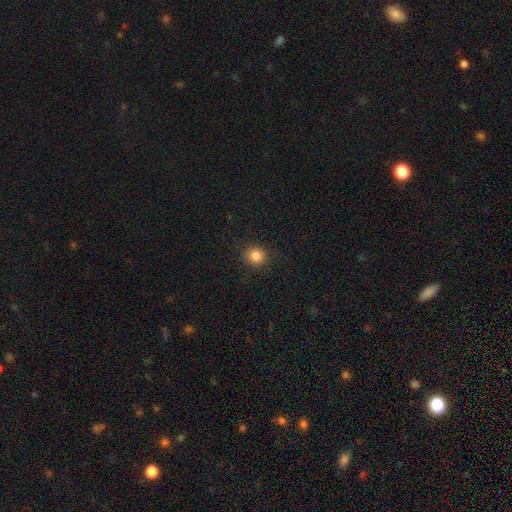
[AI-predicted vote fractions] A smooth galaxy with no disk features (85%) that is round (90%). Merging: none (90%).